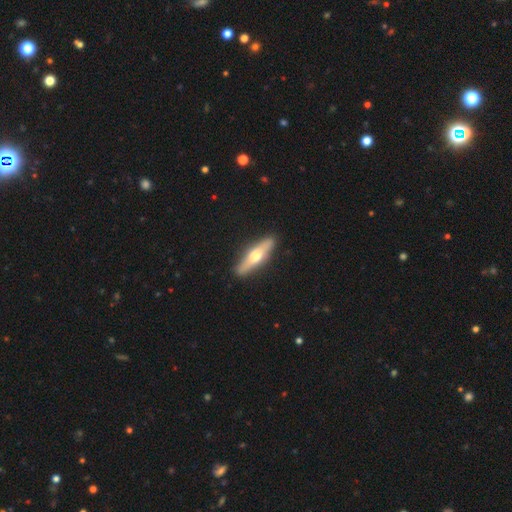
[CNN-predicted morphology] Smooth or featured? Predicted: featured or disk (p=0.54). Edge-on disk? Predicted: yes (p=0.92). Merging? Predicted: none (p=0.90).